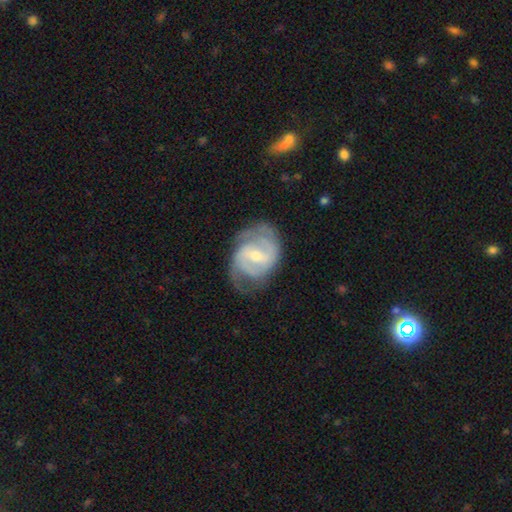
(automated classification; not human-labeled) Smooth or featured? Predicted: featured or disk (p=0.87). Edge-on disk? Predicted: no (p=0.97). Bar? Predicted: weak (p=0.52). Spiral arms? Predicted: yes (p=0.96). Spiral winding? Predicted: tight (p=0.44, tied with medium). Spiral arm count? Predicted: 2 (p=0.63). Bulge size? Predicted: small (p=0.50). Merging? Predicted: none (p=0.68).